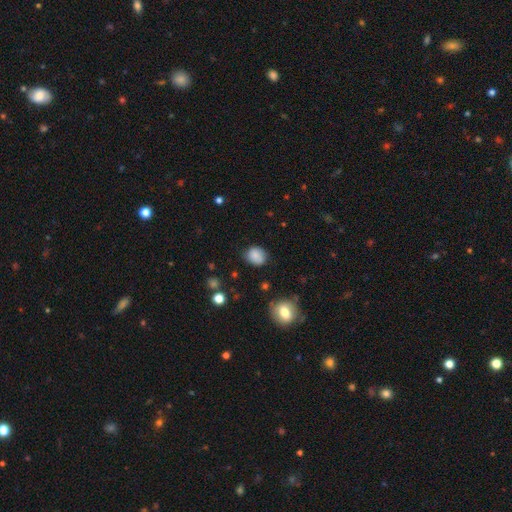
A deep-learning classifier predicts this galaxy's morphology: Smooth or featured? Predicted: smooth (p=0.84). How rounded? Predicted: round (p=0.63). Merging? Predicted: none (p=0.72).